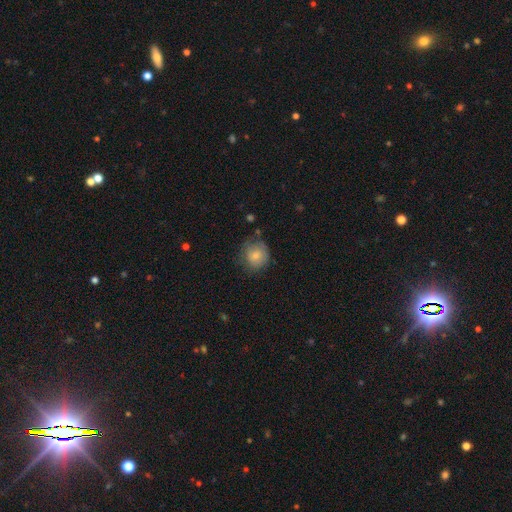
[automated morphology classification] smooth 78%, featured or disk 14%, star or artifact 8%. Down the decision tree: how rounded — round (81%); merging — none (65%).